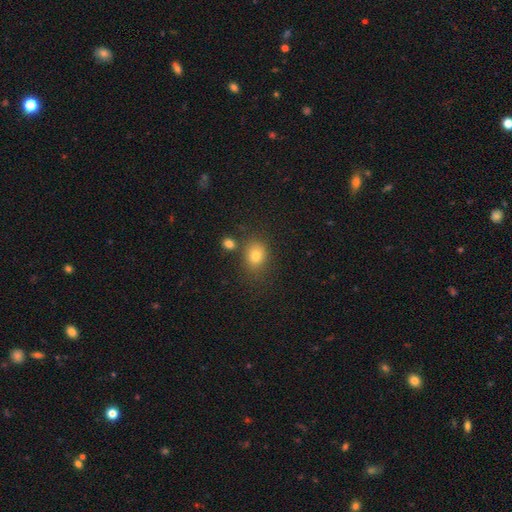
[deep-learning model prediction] The model was most divided on "how rounded": round: 59%, in between: 40%, cigar-shaped: 1%. More confident: smooth or featured — smooth (77%); merging — none (75%).